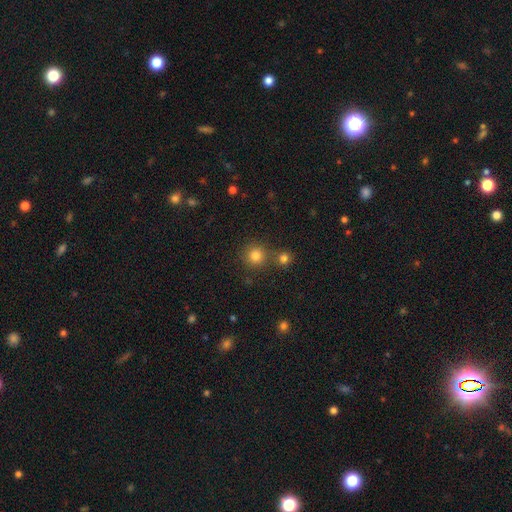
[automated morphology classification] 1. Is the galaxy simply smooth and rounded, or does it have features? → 80% smooth, 14% star or artifact, 6% featured or disk.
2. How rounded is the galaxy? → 93% round, 6% in between, 1% cigar-shaped.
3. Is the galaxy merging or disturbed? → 73% none, 17% merger, 7% minor disturbance, 3% major disturbance.